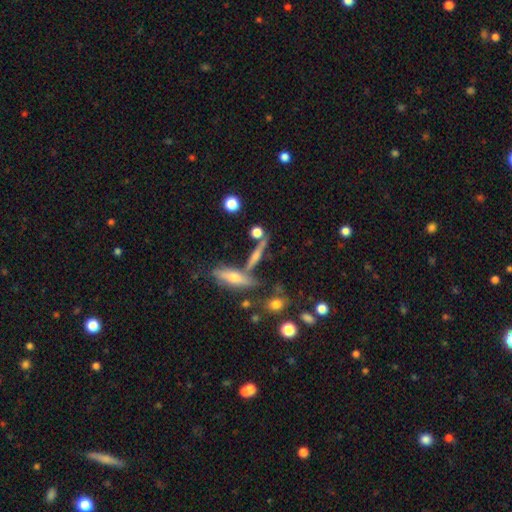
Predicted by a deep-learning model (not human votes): Smooth or featured?
  - featured or disk: 47% *
  - smooth: 41%
  - star or artifact: 12%
Merging?
  - none: 65% *
  - merger: 18%
  - minor disturbance: 12%
  - major disturbance: 5%